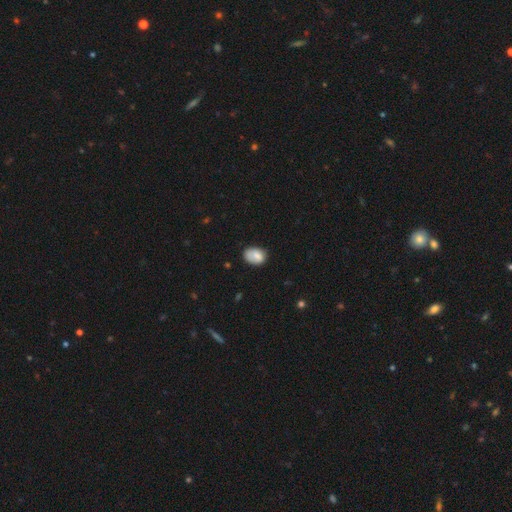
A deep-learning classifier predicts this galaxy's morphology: This appears to be a smooth galaxy with no disk features (78%) that is in between round and cigar-shaped (77%). Merging: none (61%).